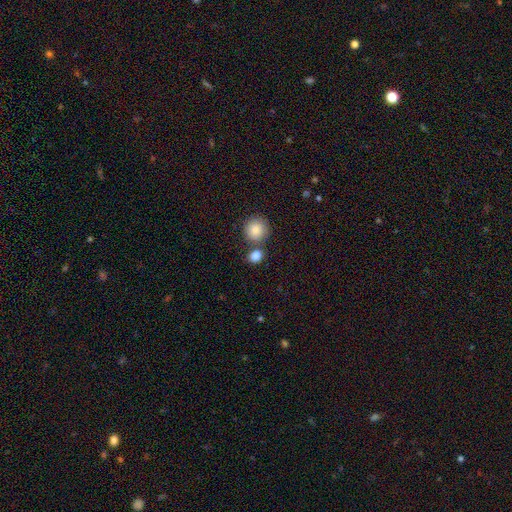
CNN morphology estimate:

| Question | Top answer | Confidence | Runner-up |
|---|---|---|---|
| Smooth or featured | smooth | 86% | star or artifact (9%) |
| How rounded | round | 62% | in between (36%) |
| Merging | none | 62% | merger (25%) |